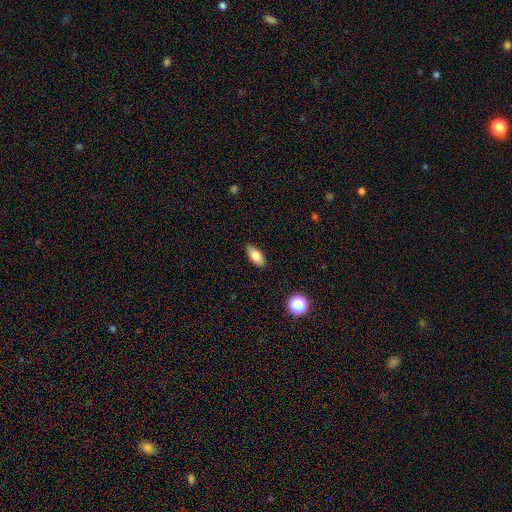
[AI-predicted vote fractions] This appears to be a smooth galaxy with no disk features (77%) that is in between round and cigar-shaped (85%). Merging: none (89%).